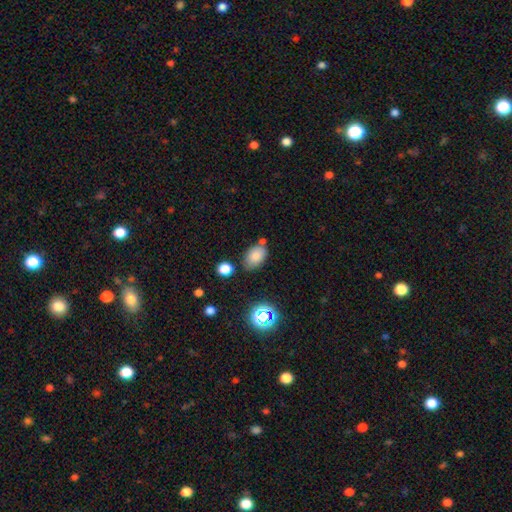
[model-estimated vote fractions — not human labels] smooth 80%, star or artifact 12%, featured or disk 9%. Down the decision tree: how rounded — in between (86%); merging — none (69%).